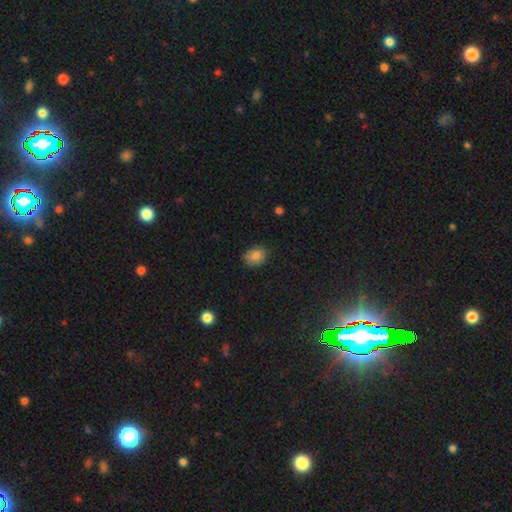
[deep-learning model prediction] smooth 81%, featured or disk 10%, star or artifact 9%. Down the decision tree: how rounded — in between (53%); merging — none (77%).